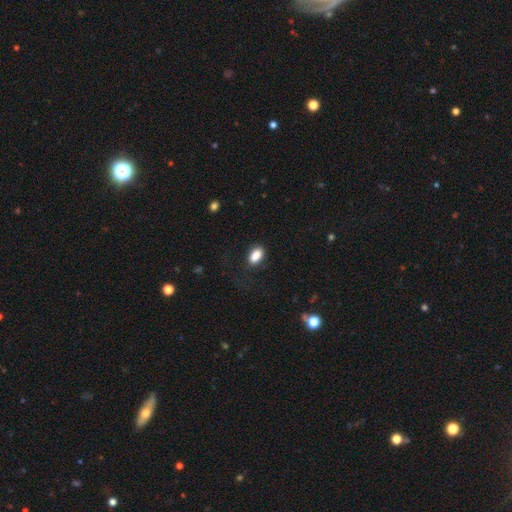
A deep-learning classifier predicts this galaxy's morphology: type=smooth (87%); roundness=in between (89%); merging=none (78%).